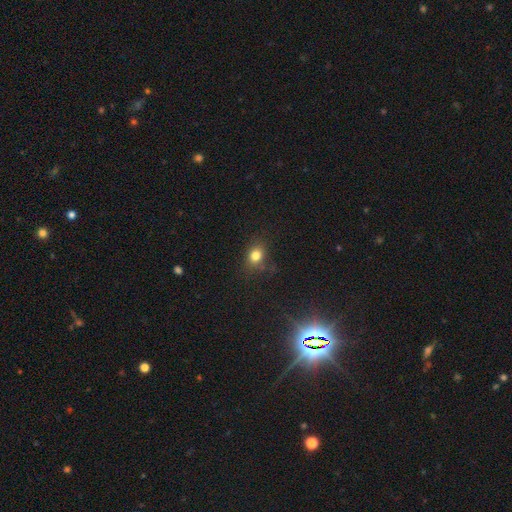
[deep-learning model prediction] Overall: smooth (79%). How rounded: round (53%; in between 45%). Merging: none (76%).